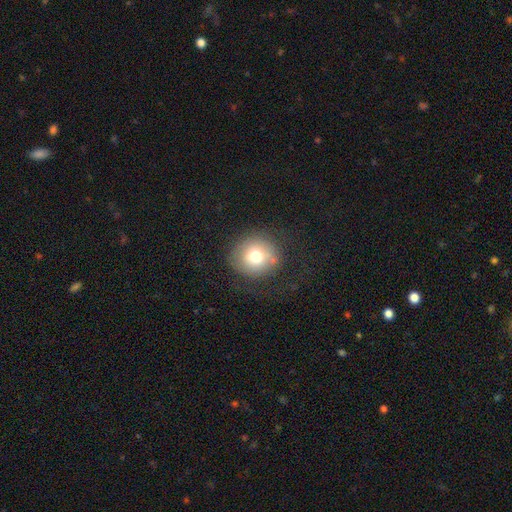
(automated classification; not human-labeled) Overall: smooth (73%). How rounded: round (89%). Merging: none (78%).